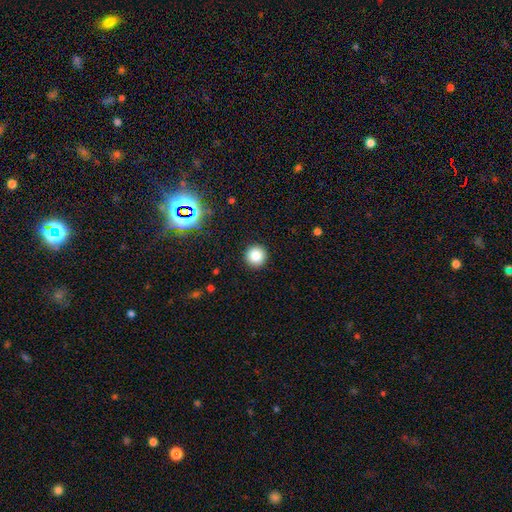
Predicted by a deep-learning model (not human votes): smooth-or-featured: smooth: 82% | star or artifact: 13% | featured or disk: 5%
  how-rounded: round: 95% | in between: 4% | cigar-shaped: 1%
  merging: none: 92% | minor disturbance: 5% | major disturbance: 2% | merger: 1%